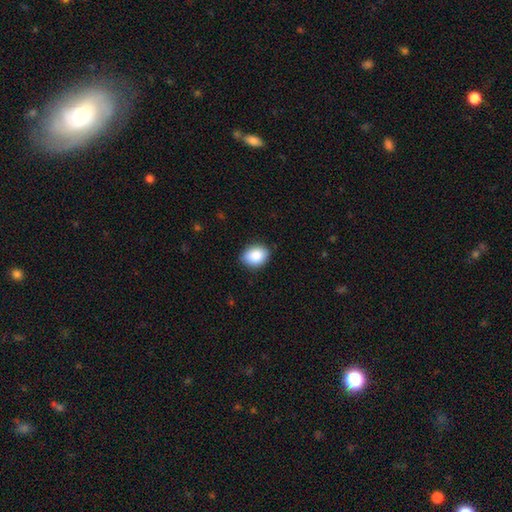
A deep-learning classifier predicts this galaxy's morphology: Smooth or featured: smooth — 88% (star or artifact — 7%)
How rounded: in between — 65% (round — 34%)
Merging: none — 85% (minor disturbance — 12%)